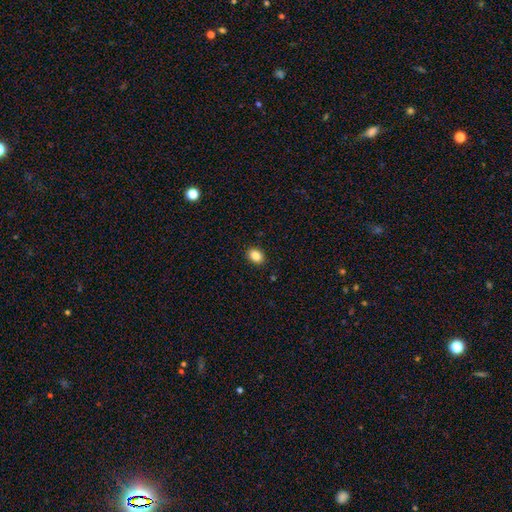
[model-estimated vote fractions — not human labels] This appears to be a smooth galaxy with no disk features (86%) that is in between round and cigar-shaped (71%). Merging: none (90%).